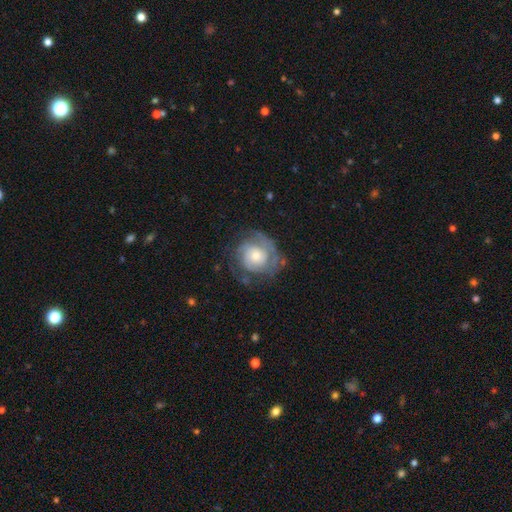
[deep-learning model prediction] featured or disk 78%, smooth 16%, star or artifact 6%. Down the decision tree: edge-on disk — no (98%); bar — no (77%); spiral arms — yes (91%); spiral arm count — 2 (36%); spiral winding — tight (66%); bulge size — moderate (51%); merging — none (68%).